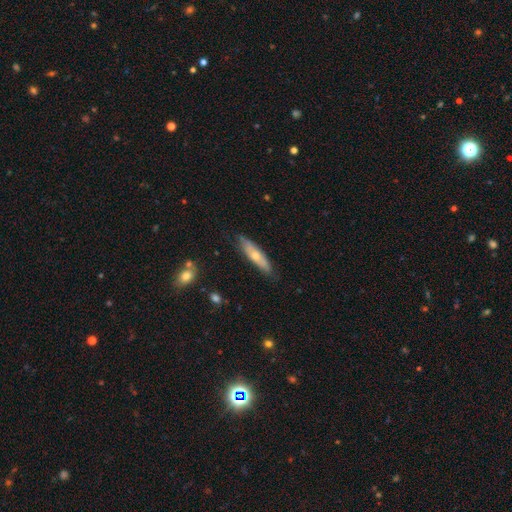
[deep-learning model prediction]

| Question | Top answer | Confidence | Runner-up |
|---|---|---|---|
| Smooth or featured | smooth | 55% | featured or disk (39%) |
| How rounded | cigar-shaped | 72% | in between (26%) |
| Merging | none | 79% | minor disturbance (17%) |